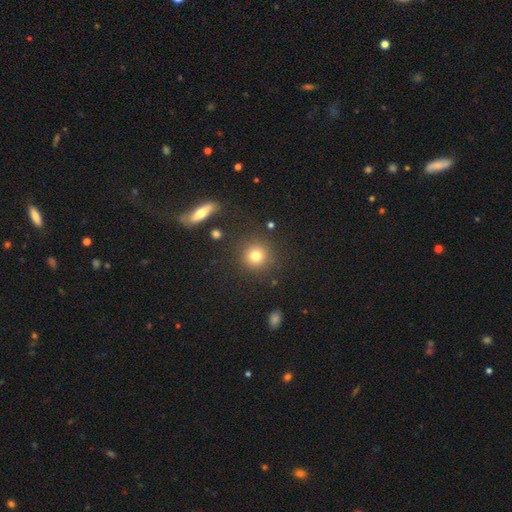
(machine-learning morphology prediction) Overall: smooth (78%). How rounded: round (93%). Merging: none (87%).